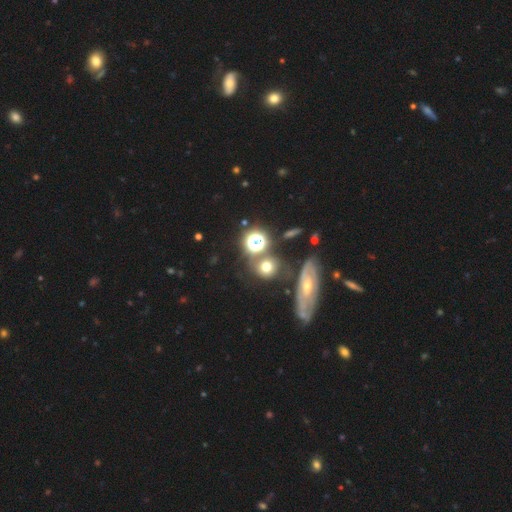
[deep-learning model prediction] Morphology: type=star or artifact (46%).